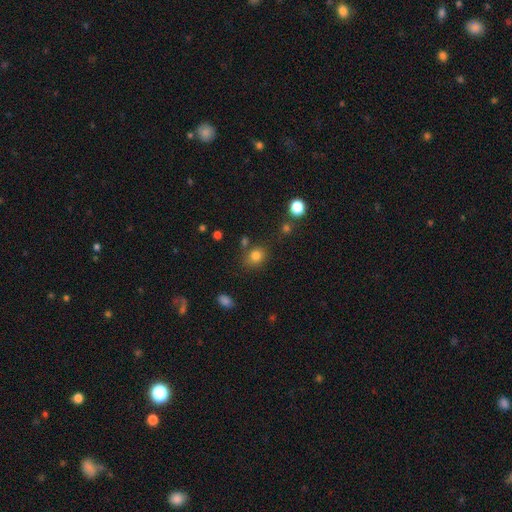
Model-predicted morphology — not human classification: smooth-or-featured: smooth: 80% | star or artifact: 13% | featured or disk: 7%
  how-rounded: round: 62% | in between: 37% | cigar-shaped: 1%
  merging: none: 73% | minor disturbance: 14% | merger: 8% | major disturbance: 5%